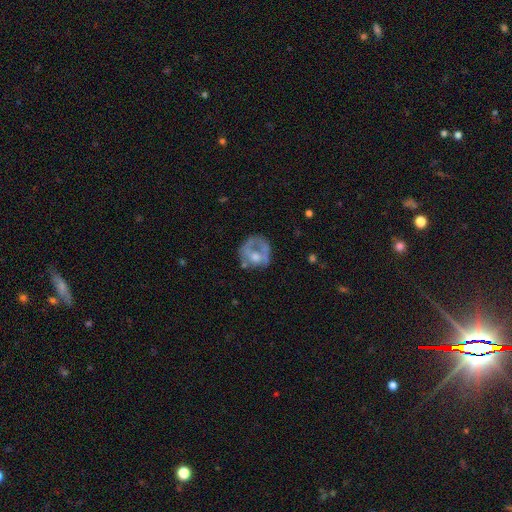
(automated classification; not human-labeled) Smooth or featured? Predicted: featured or disk (p=0.48). Merging? Predicted: none (p=0.40).